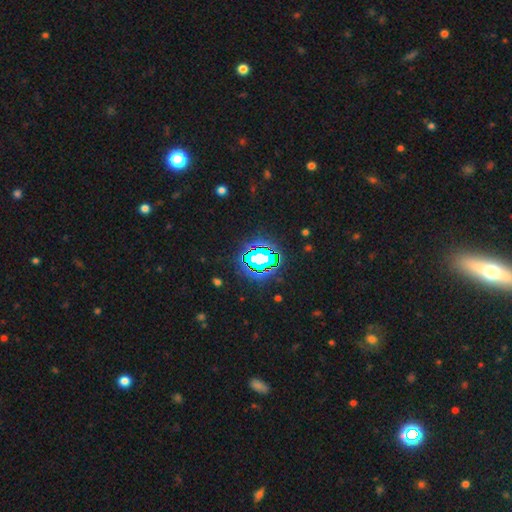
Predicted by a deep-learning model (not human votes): Smooth or featured? star or artifact (80%)